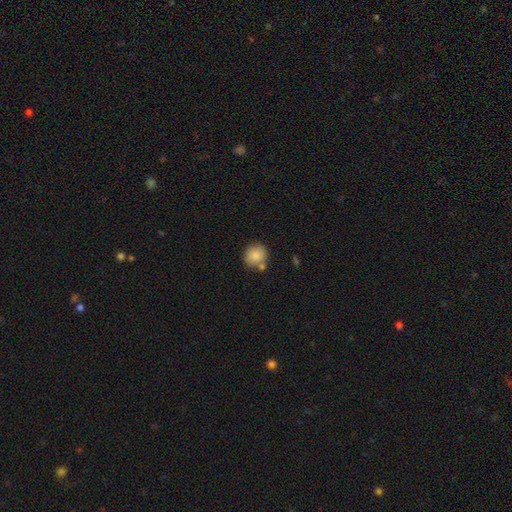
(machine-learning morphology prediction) The model was most divided on "merging": none: 70%, minor disturbance: 14%, merger: 13%, major disturbance: 4%. More confident: how rounded — round (87%); smooth or featured — smooth (85%).